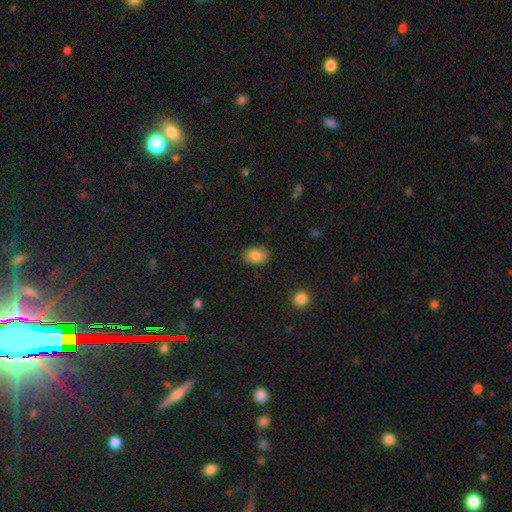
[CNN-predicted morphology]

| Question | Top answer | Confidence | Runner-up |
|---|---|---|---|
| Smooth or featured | smooth | 85% | star or artifact (8%) |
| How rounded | in between | 80% | round (19%) |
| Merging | none | 85% | minor disturbance (11%) |